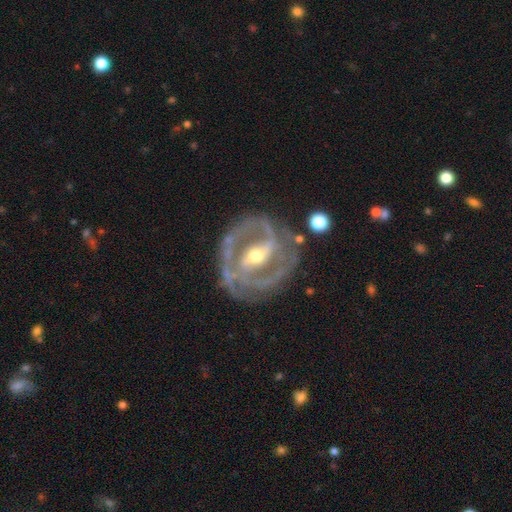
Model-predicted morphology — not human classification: smooth_or_featured: featured or disk (p=0.90) [alt: smooth p=0.06]
disk_edge_on: no (p=0.96) [alt: yes p=0.04]
bar: strong (p=0.55) [alt: weak p=0.32]
has_spiral_arms: yes (p=0.93) [alt: no p=0.07]
spiral_winding: tight (p=0.50) [alt: medium p=0.41]
spiral_arm_count: 2 (p=0.68) [alt: 3 p=0.12]
bulge_size: moderate (p=0.62) [alt: small p=0.33]
merging: none (p=0.73) [alt: minor disturbance p=0.17]